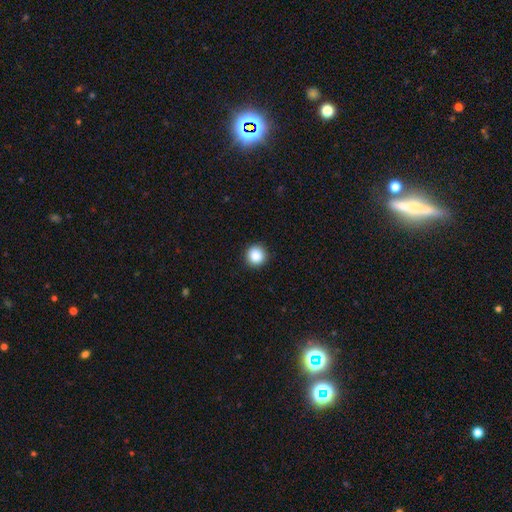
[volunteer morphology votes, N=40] This appears to be a smooth galaxy with no disk features (88%) that is round (91%). Merging: none (92%).